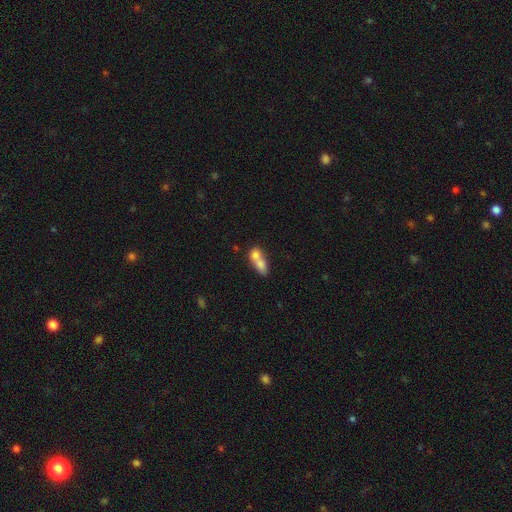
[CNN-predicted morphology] smooth_or_featured: smooth (p=0.71) [alt: featured or disk p=0.21]
how_rounded: in between (p=0.62) [alt: round p=0.27]
merging: merger (p=0.72) [alt: none p=0.18]